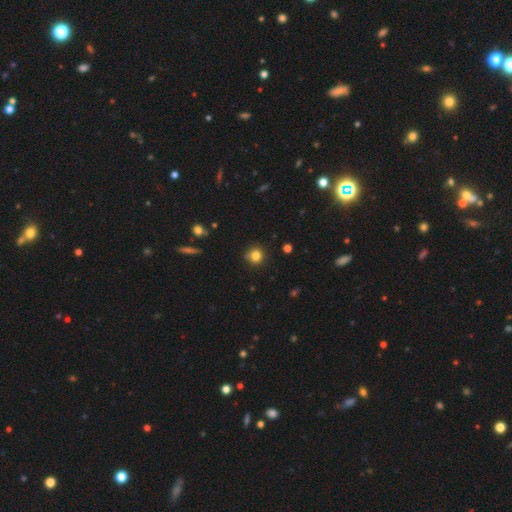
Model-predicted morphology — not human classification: Smooth or featured? smooth (82%)
How rounded? round (89%)
Merging? none (81%)